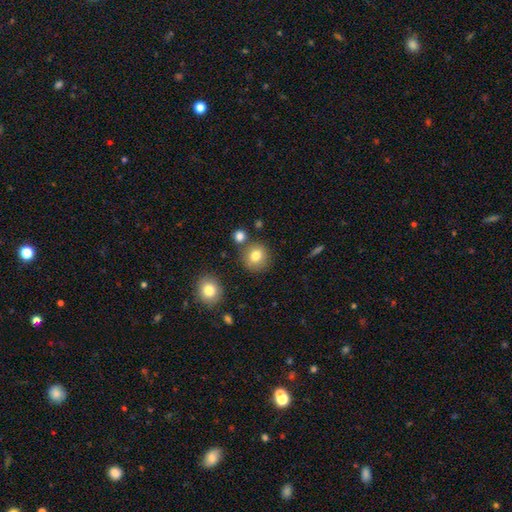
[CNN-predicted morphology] Smooth or featured? Predicted: smooth (p=0.80). How rounded? Predicted: round (p=0.87). Merging? Predicted: none (p=0.79).